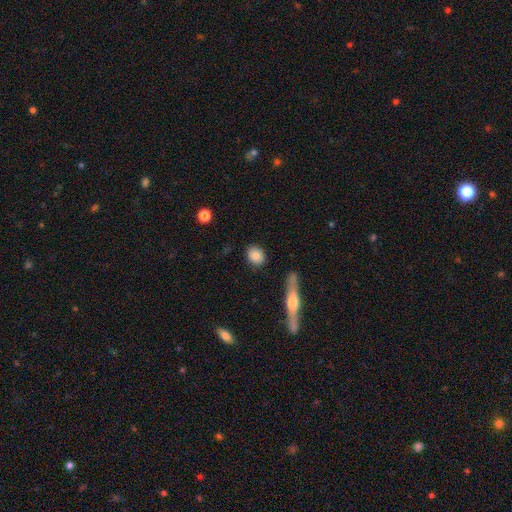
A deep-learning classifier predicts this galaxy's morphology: This appears to be a smooth galaxy with no disk features (84%) that is round (64%). Merging: none (86%).